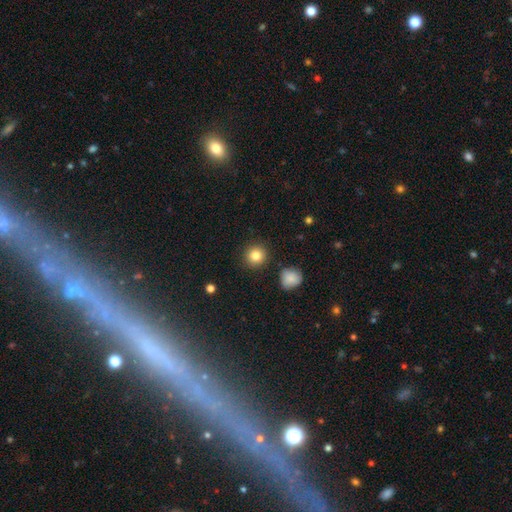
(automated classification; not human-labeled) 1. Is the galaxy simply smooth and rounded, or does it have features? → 84% smooth, 10% star or artifact, 6% featured or disk.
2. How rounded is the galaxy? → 93% round, 6% in between, 1% cigar-shaped.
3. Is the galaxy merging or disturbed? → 89% none, 6% minor disturbance, 2% merger, 2% major disturbance.